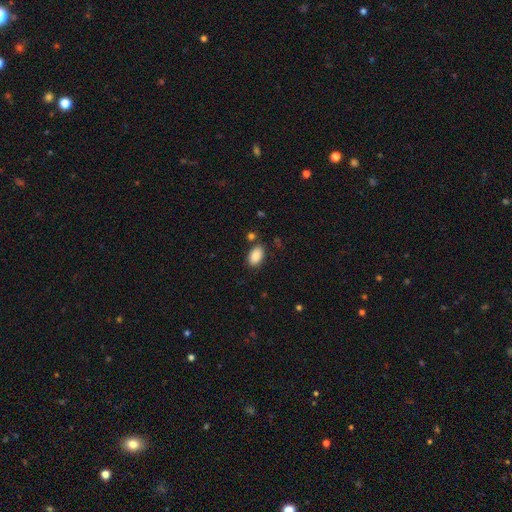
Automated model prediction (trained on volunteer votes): This is clearly a smooth galaxy (88%). How rounded: clearly in between (92%). Merging: clearly none (81%).